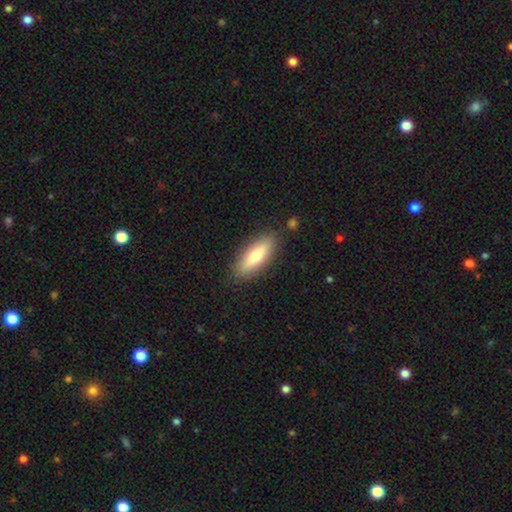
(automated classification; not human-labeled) smooth 68%, featured or disk 26%, star or artifact 6%. Down the decision tree: how rounded — in between (57%); merging — none (86%).